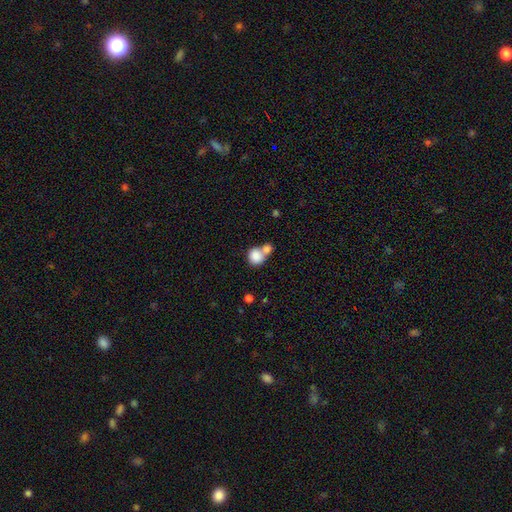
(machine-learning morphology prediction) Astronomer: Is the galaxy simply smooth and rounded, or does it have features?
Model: smooth — 84%.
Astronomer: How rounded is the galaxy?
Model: round — 75%.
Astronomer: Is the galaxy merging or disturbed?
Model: merger — 57%.